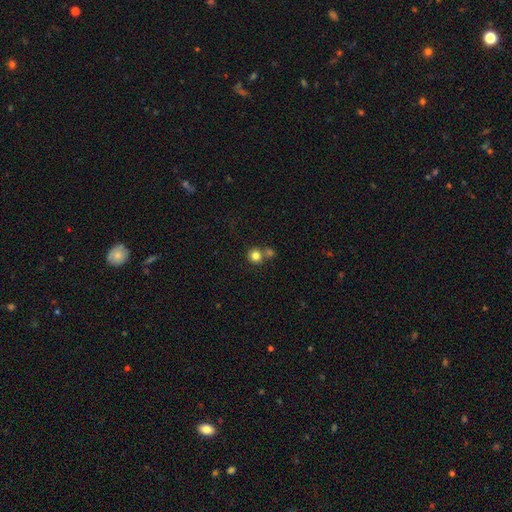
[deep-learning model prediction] Smooth or featured? Predicted: smooth (p=0.82). How rounded? Predicted: round (p=0.89). Merging? Predicted: none (p=0.58).